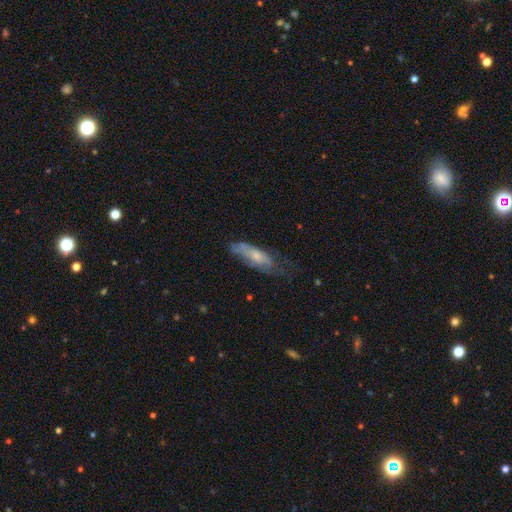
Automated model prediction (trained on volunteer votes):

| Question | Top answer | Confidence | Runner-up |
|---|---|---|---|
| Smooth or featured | smooth | 52% | featured or disk (40%) |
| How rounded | in between | 56% | cigar-shaped (42%) |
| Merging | none | 42% | minor disturbance (34%) |